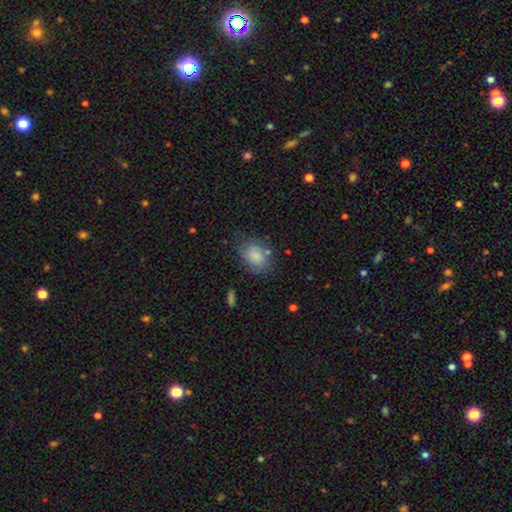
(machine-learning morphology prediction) Smooth or featured: smooth — 79% (featured or disk — 13%)
How rounded: in between — 71% (round — 28%)
Merging: none — 62% (minor disturbance — 23%)